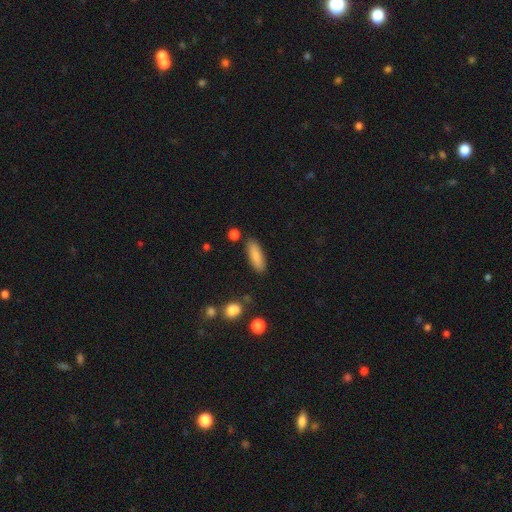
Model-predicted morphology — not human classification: The model was most divided on "how rounded": in between: 56%, cigar-shaped: 42%, round: 2%. More confident: merging — none (86%); smooth or featured — smooth (85%).